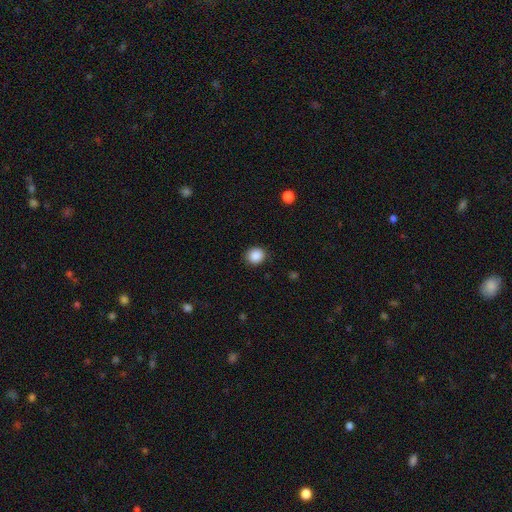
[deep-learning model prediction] Smooth or featured? smooth (88%)
How rounded? round (79%)
Merging? none (88%)